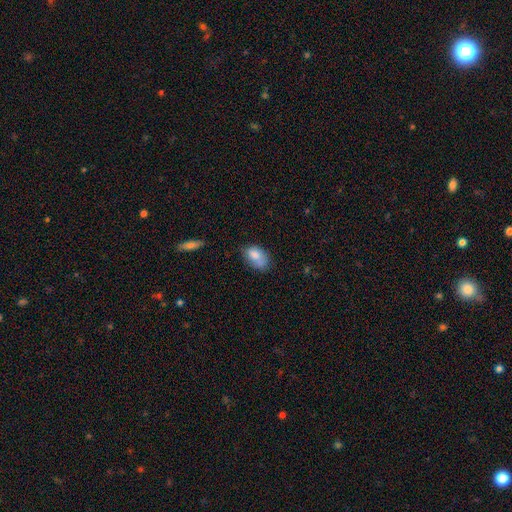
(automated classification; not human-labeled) smooth_or_featured: smooth (p=0.80) [alt: featured or disk p=0.12]
how_rounded: in between (p=0.88) [alt: round p=0.10]
merging: none (p=0.53) [alt: minor disturbance p=0.31]